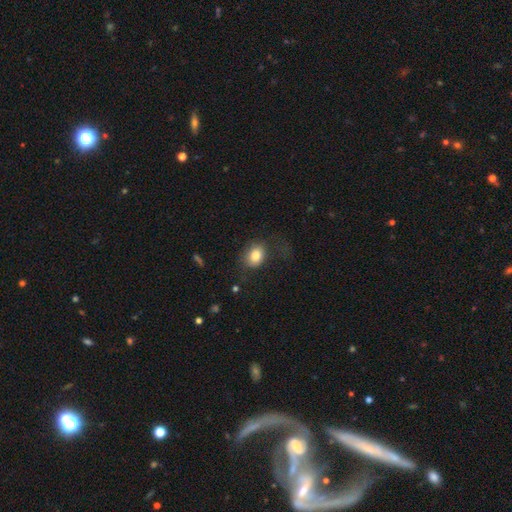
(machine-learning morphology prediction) A smooth galaxy with no disk features (80%) that is in between round and cigar-shaped (56%). Merging: none (62%).